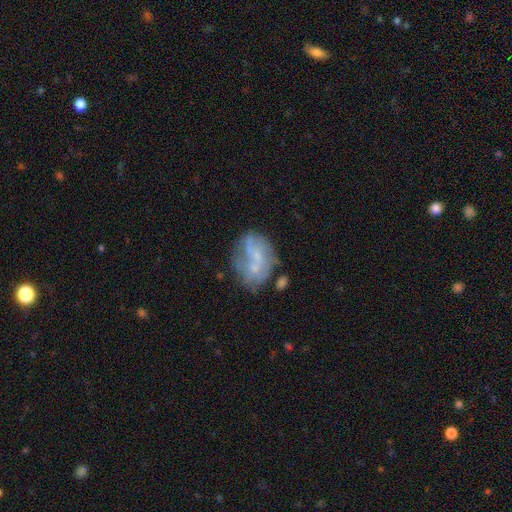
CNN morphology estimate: A featured or disk galaxy (57%) with no bar (72%), no spiral arms (64%) and a small central bulge (49%). Merging: none (40%).